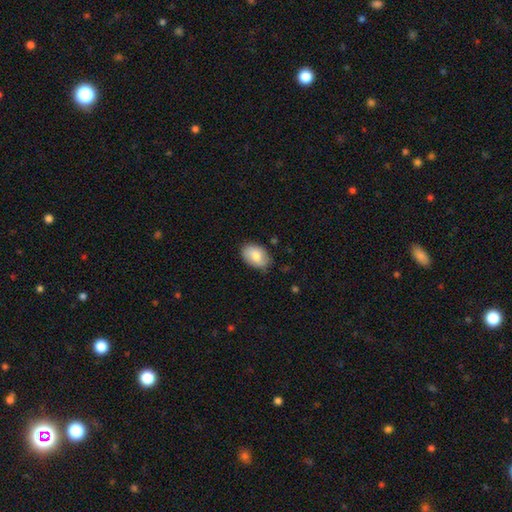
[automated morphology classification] smooth-or-featured: smooth: 80% | featured or disk: 13% | star or artifact: 6%
  how-rounded: in between: 89% | round: 10% | cigar-shaped: 1%
  merging: none: 78% | minor disturbance: 17% | major disturbance: 3% | merger: 1%